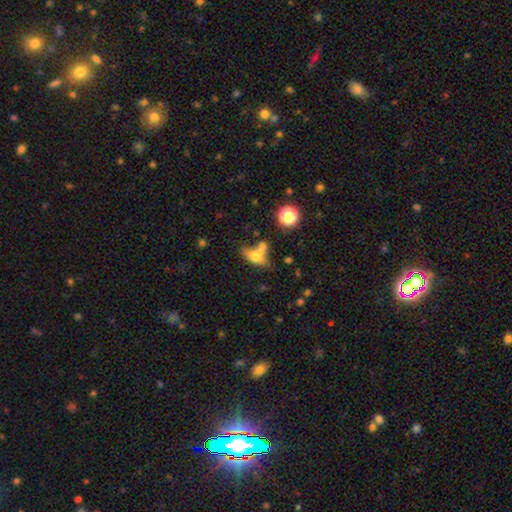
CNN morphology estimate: The model was most divided on "merging": merger: 42%, none: 31%, minor disturbance: 14%, major disturbance: 13%. More confident: how rounded — in between (71%); smooth or featured — smooth (59%).